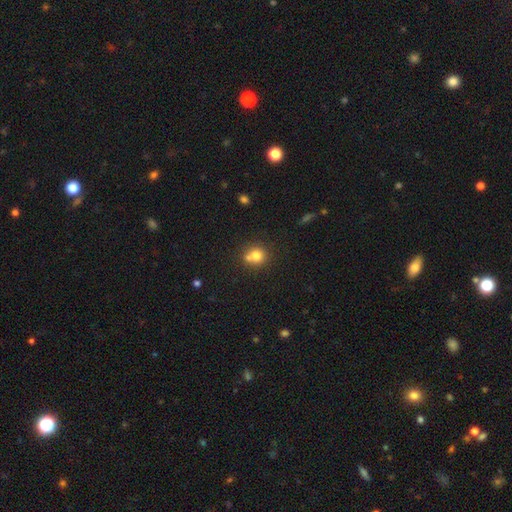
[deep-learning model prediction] Morphology: type=smooth (76%); roundness=round (85%); merging=none (51%).